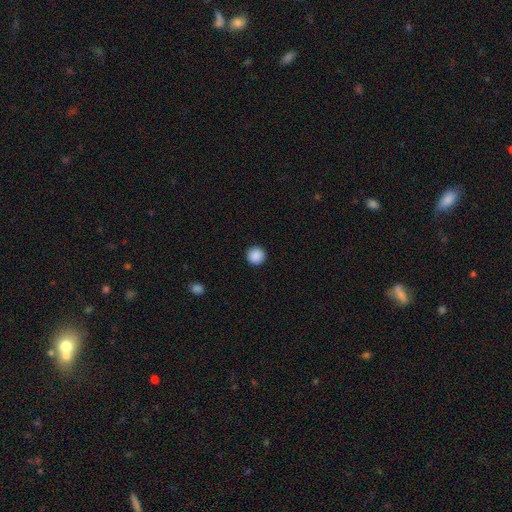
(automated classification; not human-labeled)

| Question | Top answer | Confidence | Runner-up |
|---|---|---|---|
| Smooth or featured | smooth | 89% | star or artifact (9%) |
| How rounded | round | 96% | in between (3%) |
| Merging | none | 93% | minor disturbance (4%) |